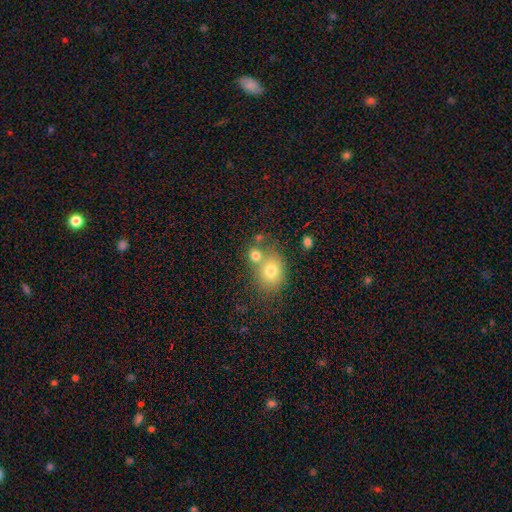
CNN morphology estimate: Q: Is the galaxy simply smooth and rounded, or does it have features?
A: smooth — 75%.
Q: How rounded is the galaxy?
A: round — 65%.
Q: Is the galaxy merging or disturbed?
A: none — 44%.